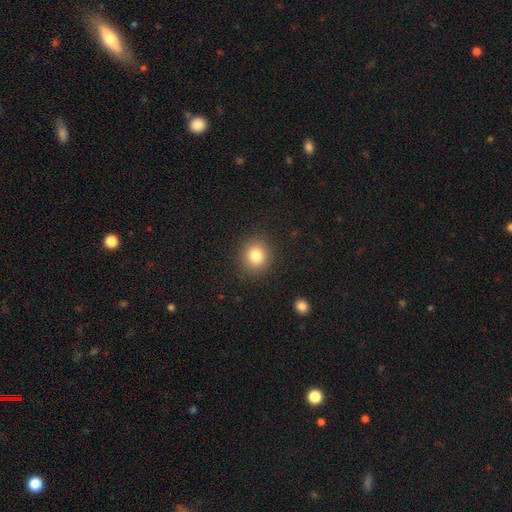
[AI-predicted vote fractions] smooth_or_featured: smooth (p=0.82) [alt: star or artifact p=0.11]
how_rounded: round (p=0.81) [alt: in between p=0.18]
merging: none (p=0.89) [alt: minor disturbance p=0.07]